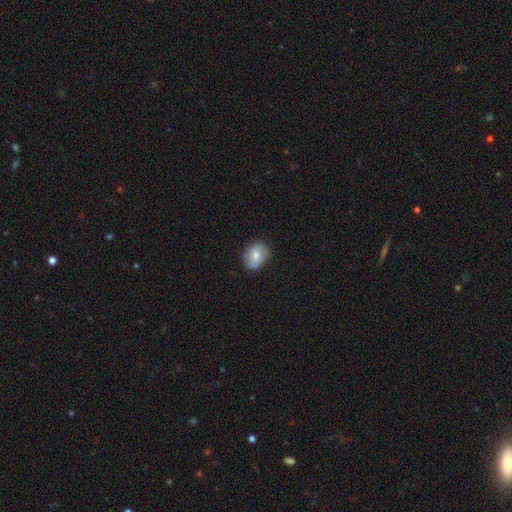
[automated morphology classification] smooth-or-featured: smooth: 71% | featured or disk: 21% | star or artifact: 7%
  how-rounded: in between: 58% | round: 40% | cigar-shaped: 1%
  merging: none: 81% | minor disturbance: 15% | major disturbance: 3% | merger: 1%